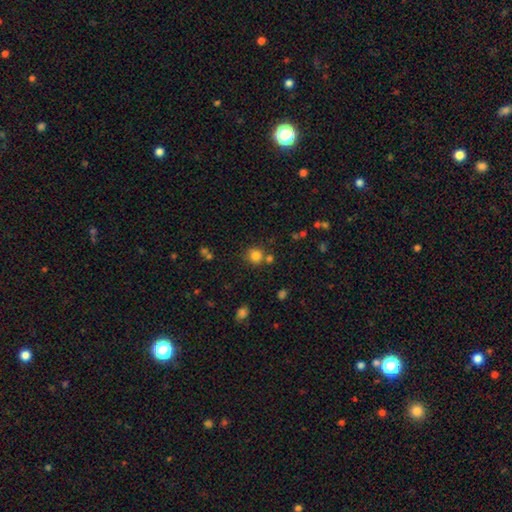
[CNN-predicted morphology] smooth-or-featured: smooth: 82% | star or artifact: 13% | featured or disk: 5%
  how-rounded: round: 88% | in between: 11% | cigar-shaped: 1%
  merging: none: 71% | merger: 15% | minor disturbance: 10% | major disturbance: 4%